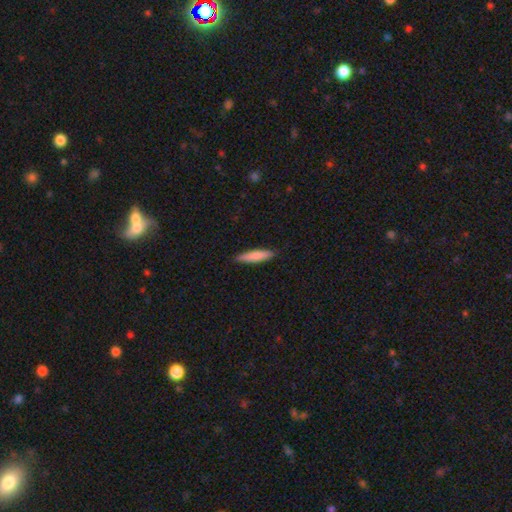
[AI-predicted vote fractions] smooth 79%, featured or disk 16%, star or artifact 5%. Down the decision tree: how rounded — cigar-shaped (84%); merging — none (88%).